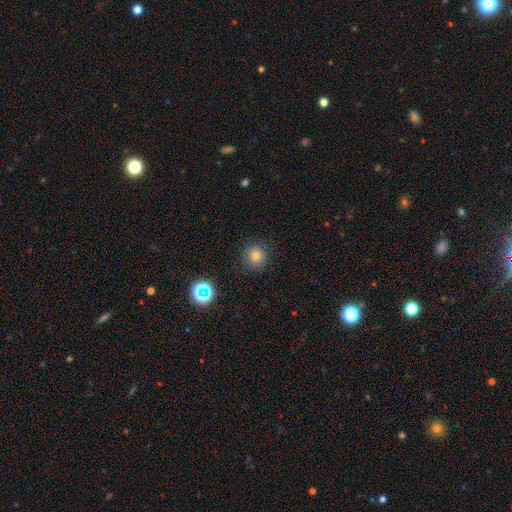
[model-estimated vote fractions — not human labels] Morphology: type=smooth (75%); roundness=round (92%); merging=none (86%).